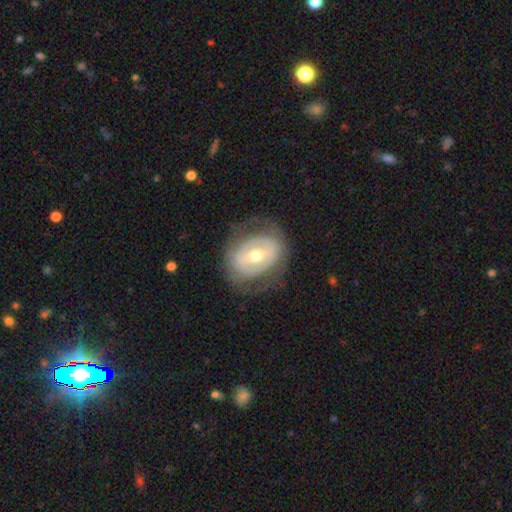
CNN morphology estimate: Smooth or featured?
  - featured or disk: 62% *
  - smooth: 32%
  - star or artifact: 6%
Edge-on disk?
  - no: 94% *
  - yes: 6%
Bar?
  - weak: 37% *
  - no: 36%
  - strong: 27%
Spiral arms?
  - no: 69% *
  - yes: 31%
Bulge size?
  - moderate: 71% *
  - small: 21%
  - large: 6%
  - dominant: 1%
  - none: 1%
Merging?
  - none: 71% *
  - minor disturbance: 17%
  - major disturbance: 11%
  - merger: 1%